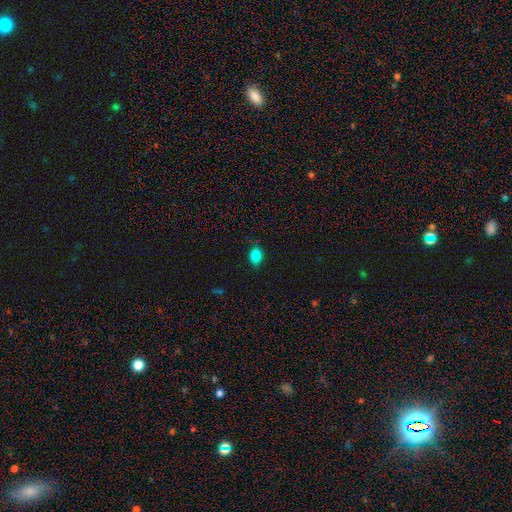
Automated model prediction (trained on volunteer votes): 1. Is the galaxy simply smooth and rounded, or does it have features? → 86% smooth, 10% star or artifact, 4% featured or disk.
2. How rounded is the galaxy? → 76% in between, 23% round, 1% cigar-shaped.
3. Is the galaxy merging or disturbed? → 84% none, 13% minor disturbance, 3% major disturbance, 1% merger.